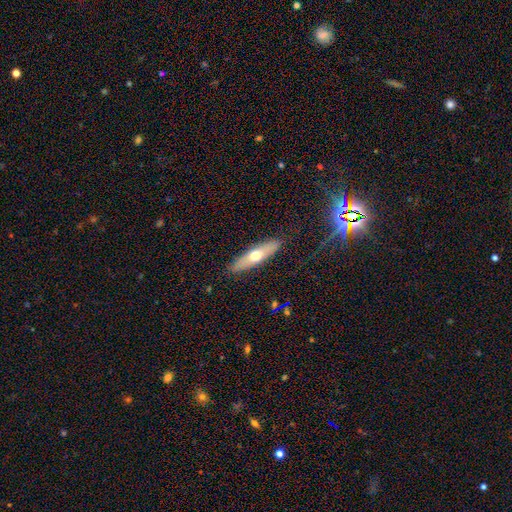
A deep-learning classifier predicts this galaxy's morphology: Smooth or featured? smooth (53%)
How rounded? cigar-shaped (69%)
Merging? none (89%)